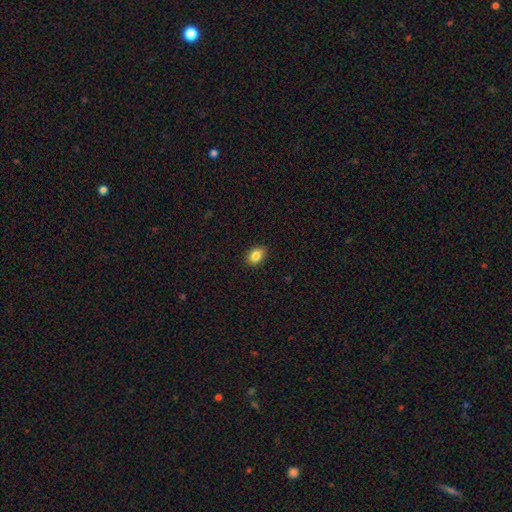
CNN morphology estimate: smooth-or-featured: smooth: 84% | star or artifact: 9% | featured or disk: 7%
  how-rounded: in between: 67% | round: 31% | cigar-shaped: 1%
  merging: none: 89% | minor disturbance: 8% | major disturbance: 2% | merger: 1%